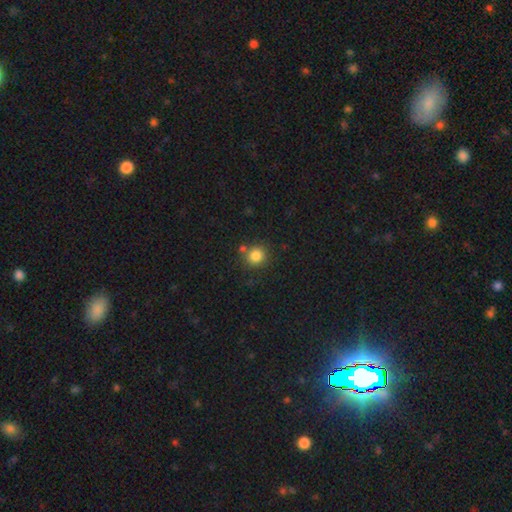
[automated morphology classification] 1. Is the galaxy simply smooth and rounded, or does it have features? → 84% smooth, 11% star or artifact, 5% featured or disk.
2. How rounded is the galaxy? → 90% round, 9% in between, 1% cigar-shaped.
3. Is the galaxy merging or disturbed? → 77% none, 10% merger, 10% minor disturbance, 3% major disturbance.